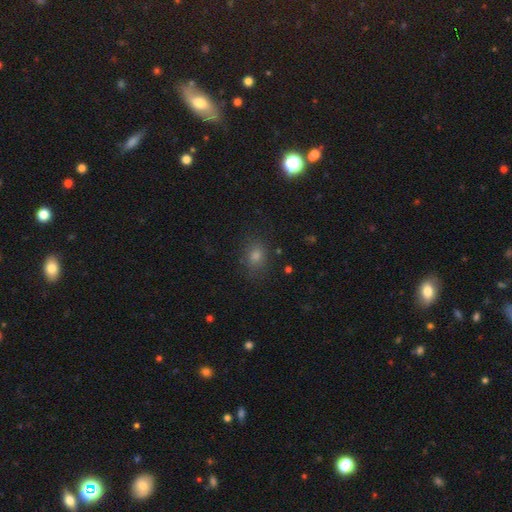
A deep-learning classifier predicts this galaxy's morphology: Smooth or featured?
  - smooth: 70% *
  - star or artifact: 23%
  - featured or disk: 7%
How rounded?
  - round: 61% *
  - in between: 38%
  - cigar-shaped: 1%
Merging?
  - none: 84% *
  - minor disturbance: 11%
  - major disturbance: 4%
  - merger: 2%